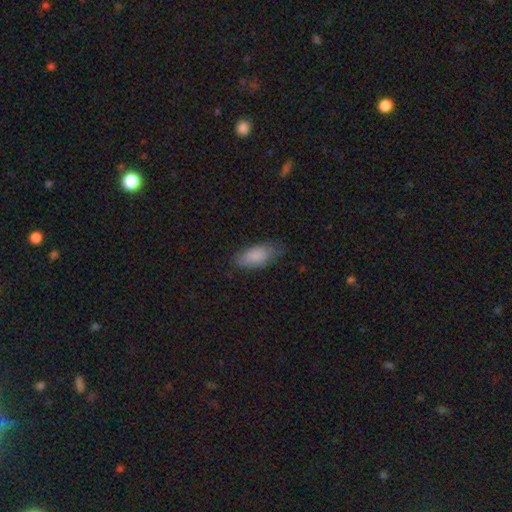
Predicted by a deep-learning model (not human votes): Overall: smooth (86%). How rounded: in between (88%). Merging: none (73%).